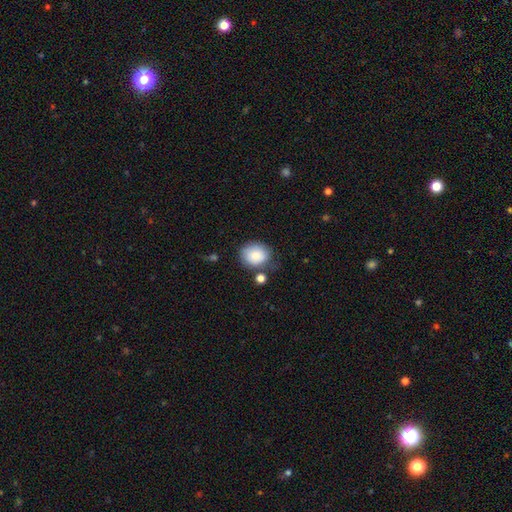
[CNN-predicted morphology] Smooth or featured? smooth (83%)
How rounded? round (62%)
Merging? none (61%)